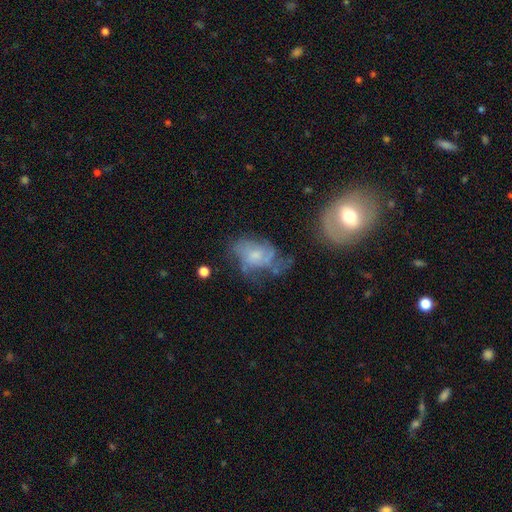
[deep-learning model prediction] smooth_or_featured: featured or disk (p=0.57) [alt: smooth p=0.32]
disk_edge_on: no (p=0.96) [alt: yes p=0.04]
bar: no (p=0.74) [alt: weak p=0.23]
has_spiral_arms: yes (p=0.67) [alt: no p=0.33]
bulge_size: small (p=0.40) [alt: moderate p=0.35]
merging: none (p=0.39) [alt: major disturbance p=0.28]